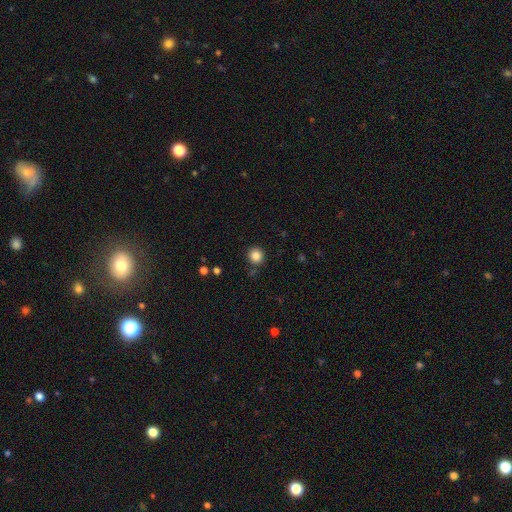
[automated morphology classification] smooth 85%, star or artifact 11%, featured or disk 4%. Down the decision tree: how rounded — round (91%); merging — none (85%).